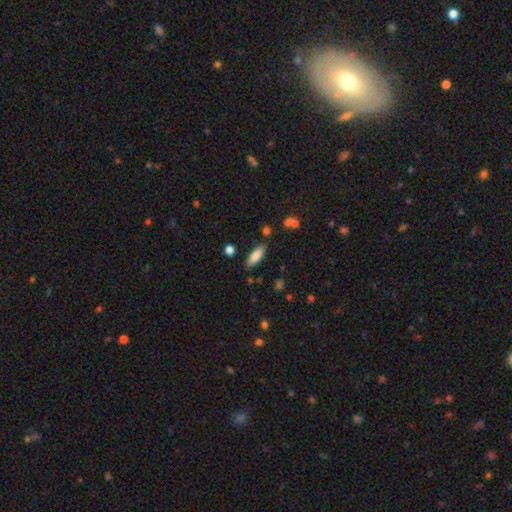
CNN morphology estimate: type=smooth (83%); roundness=in between (69%); merging=none (83%).